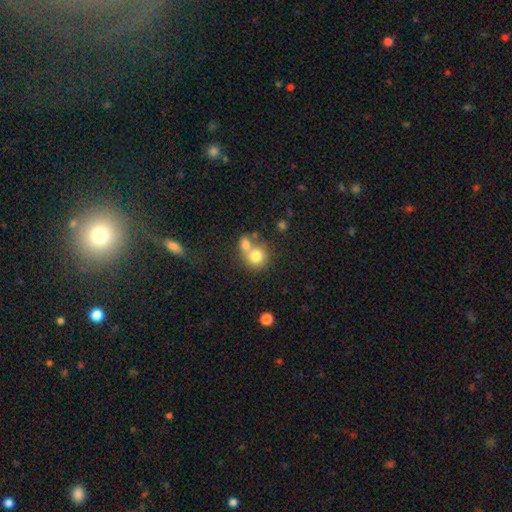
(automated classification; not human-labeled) smooth 77%, featured or disk 13%, star or artifact 10%. Down the decision tree: how rounded — round (82%); merging — merger (51%).